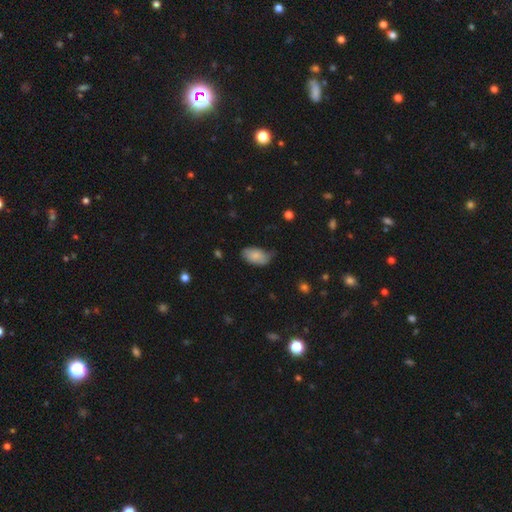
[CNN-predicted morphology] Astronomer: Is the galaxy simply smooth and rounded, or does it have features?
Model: smooth — 80%.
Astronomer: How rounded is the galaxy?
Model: in between — 94%.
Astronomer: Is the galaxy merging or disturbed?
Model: none — 52% (runner-up: minor disturbance, 37%).